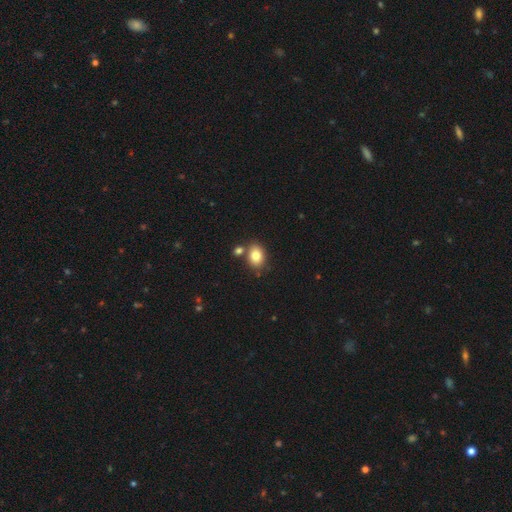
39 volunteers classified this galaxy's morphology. Smooth or featured? 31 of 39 (79%) said smooth. How rounded? 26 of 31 (84%) said in between. Merging? 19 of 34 (56%) said none.